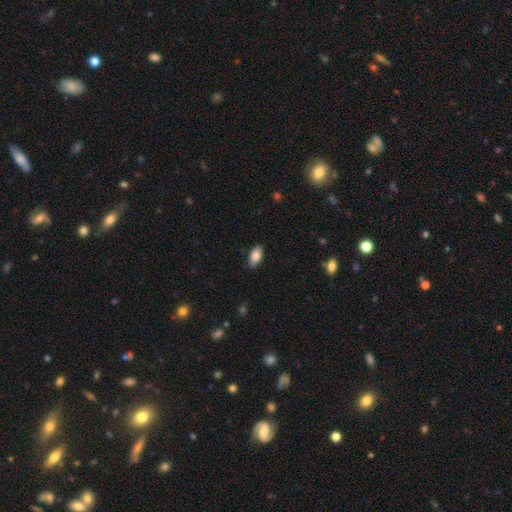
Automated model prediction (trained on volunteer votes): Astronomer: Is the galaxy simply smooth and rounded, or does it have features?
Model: smooth — 78%.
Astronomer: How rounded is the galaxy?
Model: in between — 92%.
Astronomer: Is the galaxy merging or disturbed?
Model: none — 84%.